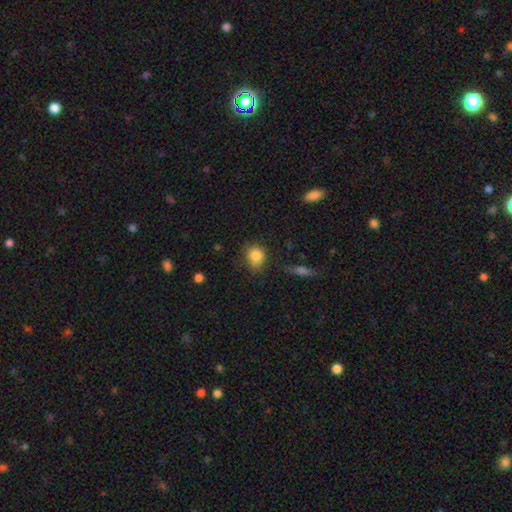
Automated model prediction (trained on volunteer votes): Morphology: type=smooth (83%); roundness=round (68%); merging=none (59%).